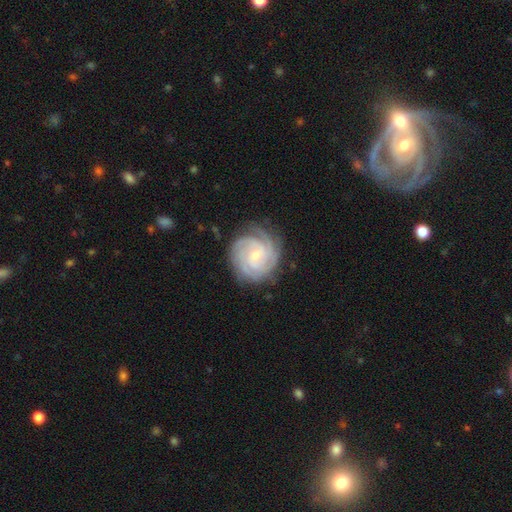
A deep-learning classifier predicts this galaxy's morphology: Smooth or featured? Predicted: featured or disk (p=0.87). Edge-on disk? Predicted: no (p=0.98). Bar? Predicted: no (p=0.66). Spiral arms? Predicted: yes (p=0.98). Spiral winding? Predicted: tight (p=0.79). Spiral arm count? Predicted: 3 (p=0.27). Bulge size? Predicted: small (p=0.63). Merging? Predicted: none (p=0.79).